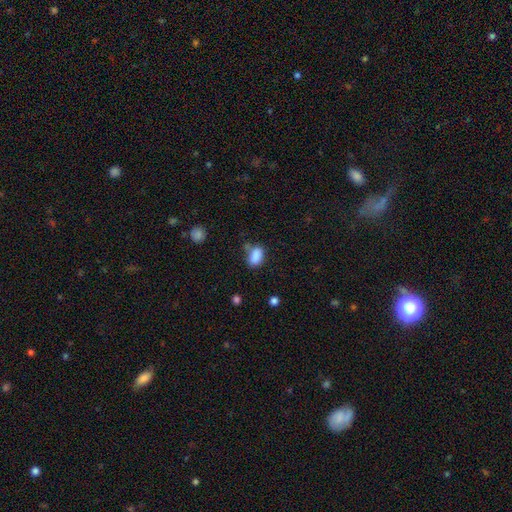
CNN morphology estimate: Smooth or featured? Predicted: smooth (p=0.85). How rounded? Predicted: in between (p=0.87). Merging? Predicted: none (p=0.58).